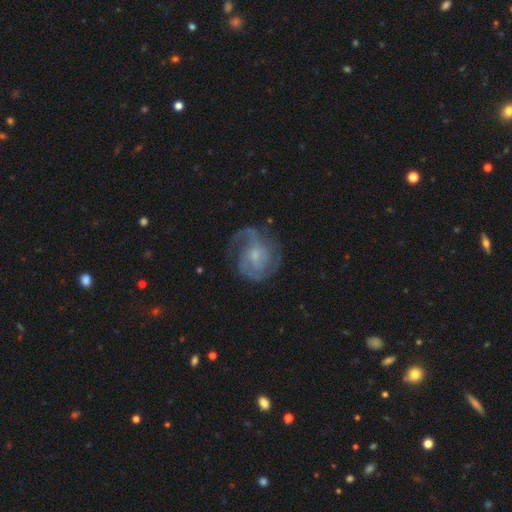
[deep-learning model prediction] Morphology: type=featured or disk (78%); edge-on=no (98%); bar=no (57%); spiral arms=yes (91%); winding=medium (45%); arm count=2 (30%); bulge=small (50%); merging=none (63%).